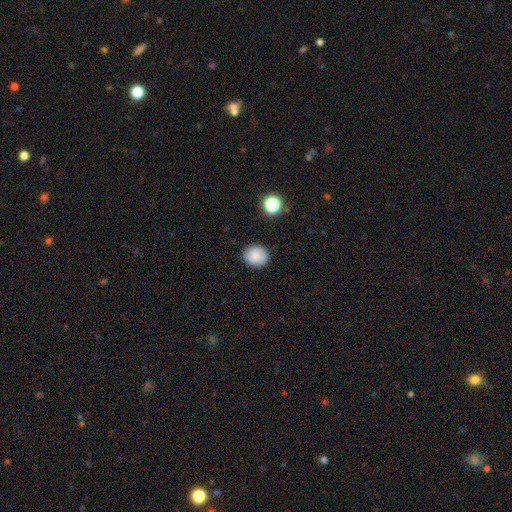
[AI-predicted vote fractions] smooth 86%, star or artifact 9%, featured or disk 4%. Down the decision tree: how rounded — round (79%); merging — none (89%).